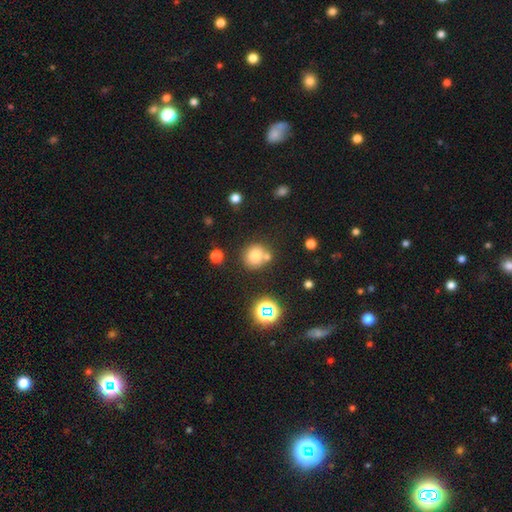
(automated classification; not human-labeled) Morphology: type=smooth (77%); roundness=round (88%); merging=none (66%).